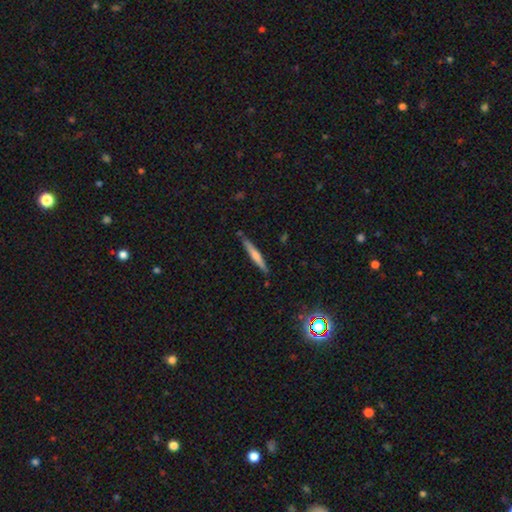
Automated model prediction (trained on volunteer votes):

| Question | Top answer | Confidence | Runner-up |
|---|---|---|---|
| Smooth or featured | smooth | 56% | featured or disk (39%) |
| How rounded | cigar-shaped | 95% | in between (4%) |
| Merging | none | 85% | minor disturbance (11%) |